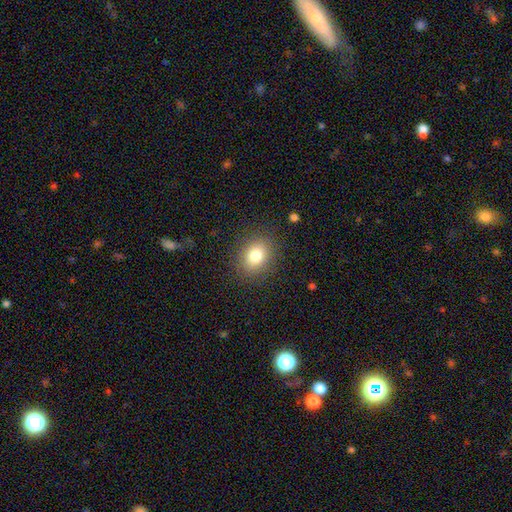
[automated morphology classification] smooth-or-featured: smooth: 80% | star or artifact: 11% | featured or disk: 9%
  how-rounded: in between: 50% | round: 49% | cigar-shaped: 1%
  merging: none: 86% | minor disturbance: 9% | major disturbance: 4% | merger: 1%